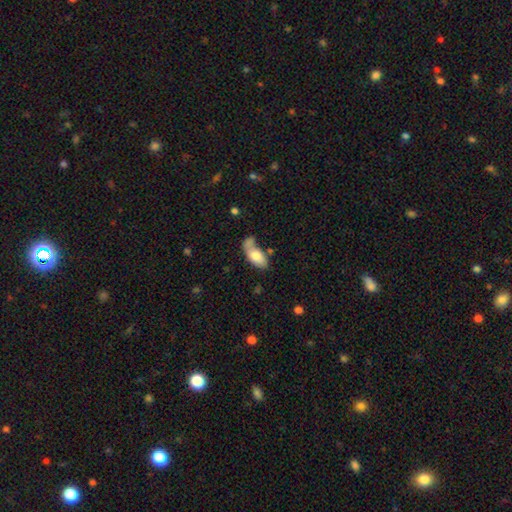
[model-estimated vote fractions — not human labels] This is likely a smooth galaxy (70%). How rounded: clearly in between (88%). Merging: marginally none (34%).